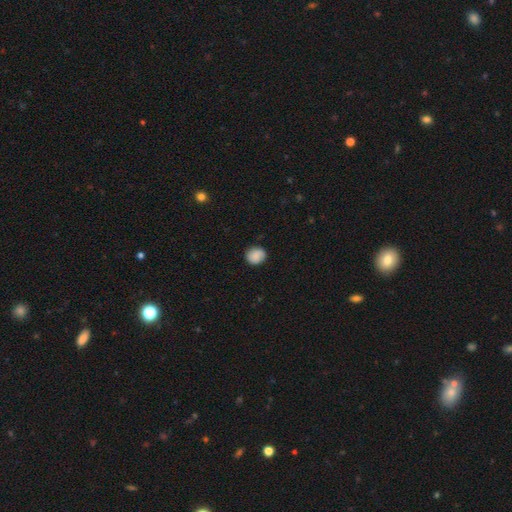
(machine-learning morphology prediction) smooth 84%, featured or disk 8%, star or artifact 8%. Down the decision tree: how rounded — round (79%); merging — none (84%).